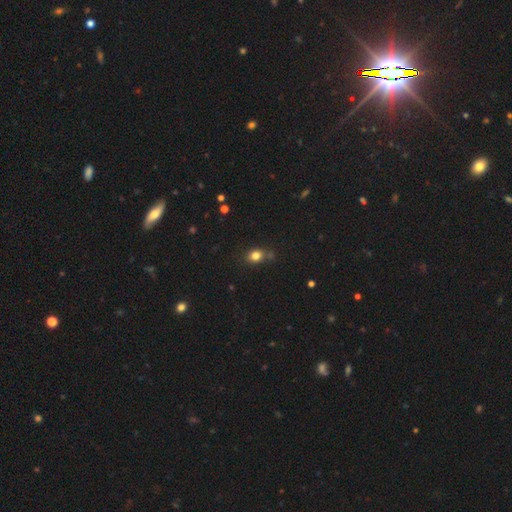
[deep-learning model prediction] Morphology: type=smooth (81%); roundness=round (53%); merging=none (75%).